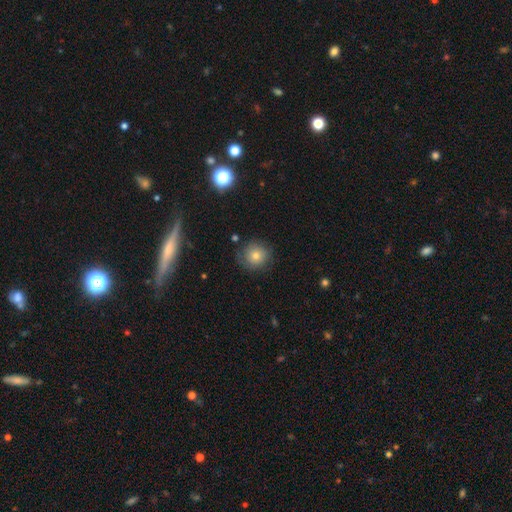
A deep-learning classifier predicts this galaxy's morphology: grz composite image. It shows a smooth galaxy with no disk features (68%) that is round (93%). Merging: none (81%).